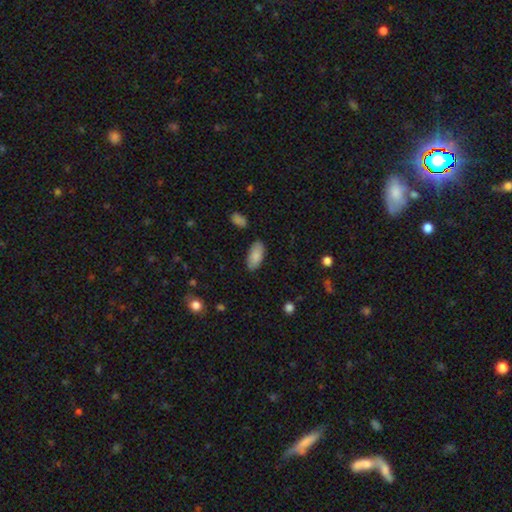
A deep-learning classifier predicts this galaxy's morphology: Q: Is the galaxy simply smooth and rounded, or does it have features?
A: smooth — 86%.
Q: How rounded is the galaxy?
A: in between — 91%.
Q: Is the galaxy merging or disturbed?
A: none — 82%.